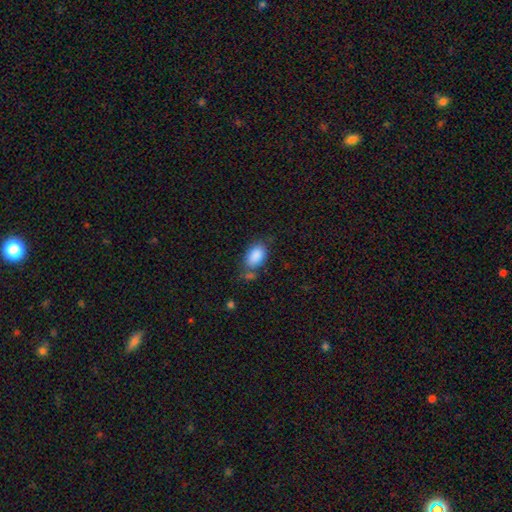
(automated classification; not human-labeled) smooth 87%, star or artifact 7%, featured or disk 5%. Down the decision tree: how rounded — in between (90%); merging — none (61%).